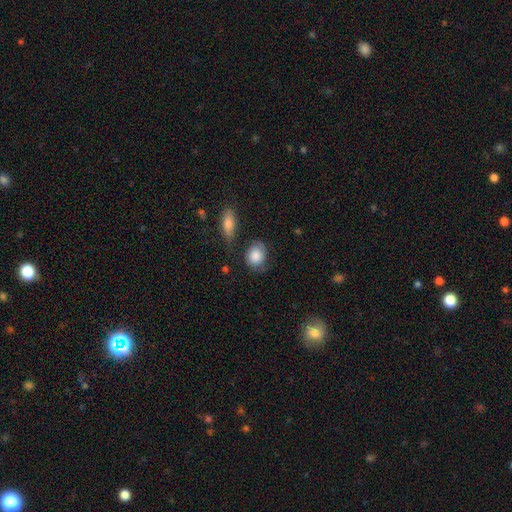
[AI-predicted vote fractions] Smooth or featured: smooth — 81% (featured or disk — 13%)
How rounded: round — 55% (in between — 43%)
Merging: none — 58% (minor disturbance — 27%)